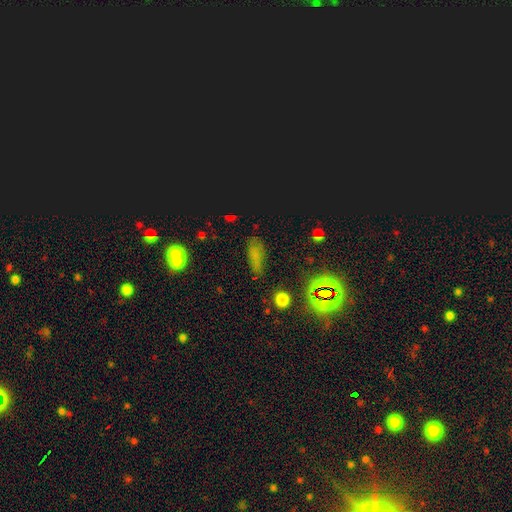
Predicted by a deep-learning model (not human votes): The model was most divided on "how rounded": in between: 56%, cigar-shaped: 36%, round: 8%. More confident: merging — none (68%); smooth or featured — smooth (59%).